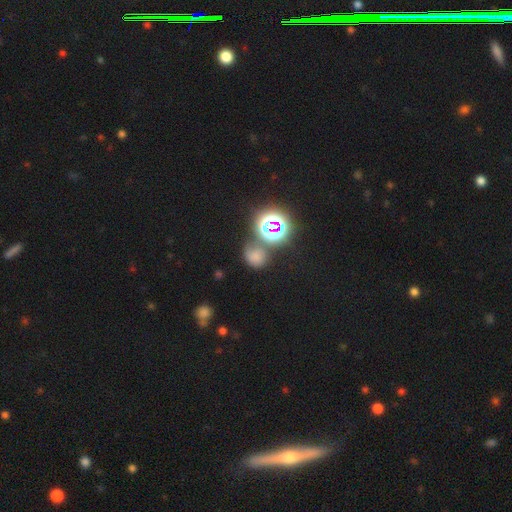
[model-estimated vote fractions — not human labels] This appears to be a smooth galaxy with no disk features (59%) that is round (77%). Merging: none (55%).